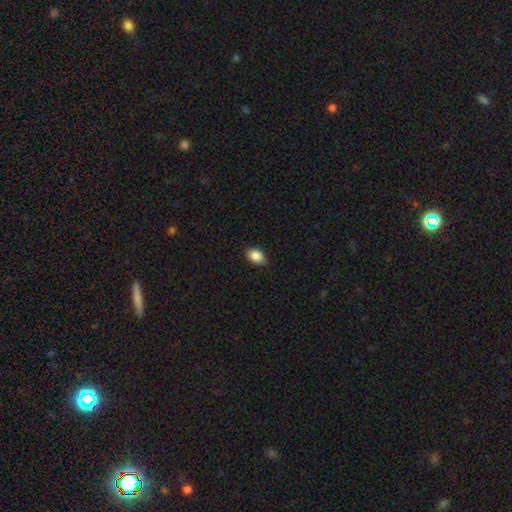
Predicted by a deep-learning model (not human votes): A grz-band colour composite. It shows a smooth galaxy with no disk features (88%) that is in between round and cigar-shaped (86%). Merging: none (84%).